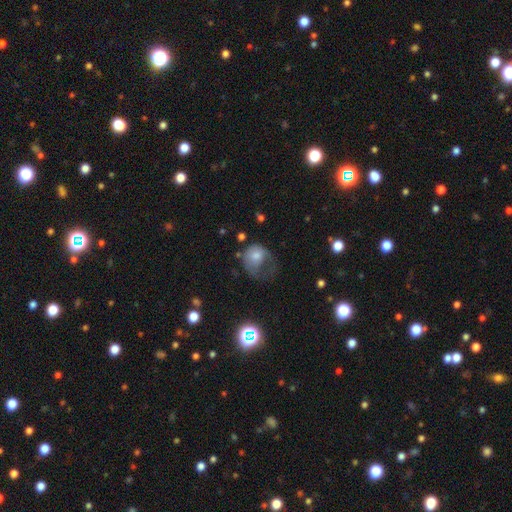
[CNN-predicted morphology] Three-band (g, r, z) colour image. It shows a smooth galaxy with no disk features (63%) that is round (57%). Merging: major disturbance (56%).